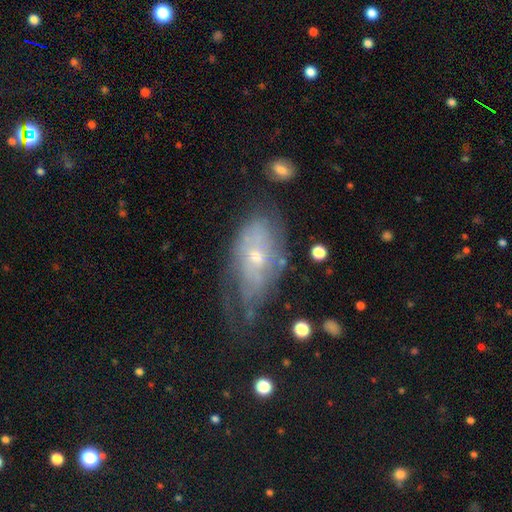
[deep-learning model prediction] smooth-or-featured: featured or disk: 60% | smooth: 31% | star or artifact: 8%
  disk-edge-on: no: 88% | yes: 12%
    bar: no: 78% | weak: 19% | strong: 3%
    has-spiral-arms: yes: 55% | no: 45%
    bulge-size: small: 52% | moderate: 43% | large: 2% | none: 2% | dominant: 1%
  merging: none: 38% | minor disturbance: 32% | major disturbance: 27% | merger: 4%